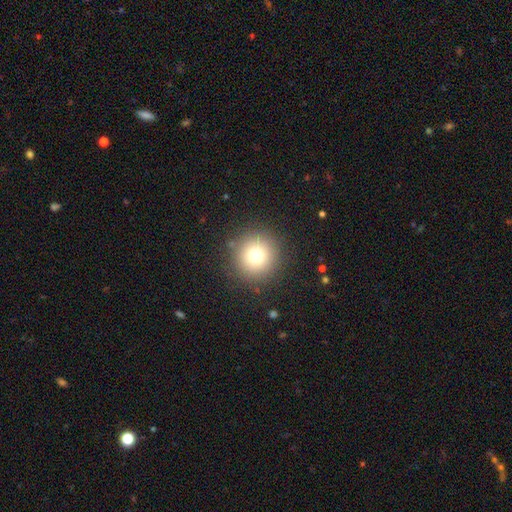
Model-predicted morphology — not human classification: This appears to be a smooth galaxy with no disk features (75%) that is round (95%). Merging: none (89%).